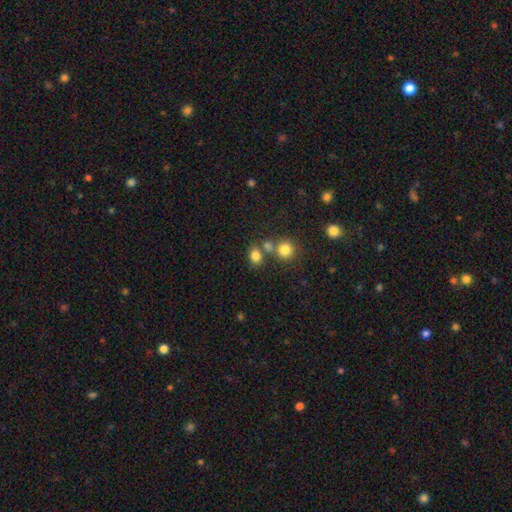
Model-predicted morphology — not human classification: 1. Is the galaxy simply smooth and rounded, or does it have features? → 80% smooth, 13% star or artifact, 7% featured or disk.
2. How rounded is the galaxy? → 53% in between, 45% round, 1% cigar-shaped.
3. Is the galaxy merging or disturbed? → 58% none, 26% merger, 12% minor disturbance, 5% major disturbance.